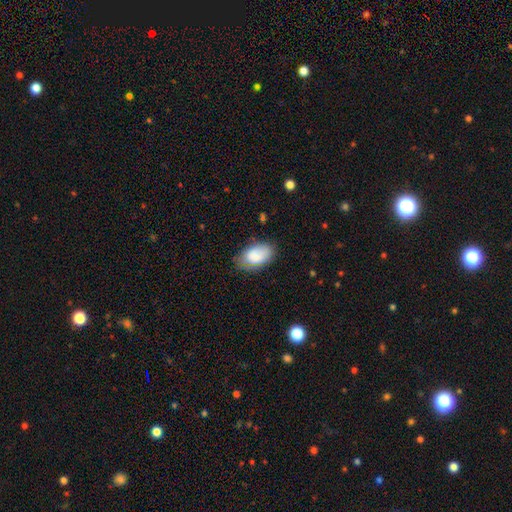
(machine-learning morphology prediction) Q: Smooth or featured?
A: smooth (82%); runner-up: featured or disk (11%)
Q: How rounded?
A: in between (92%); runner-up: round (6%)
Q: Merging?
A: none (67%); runner-up: minor disturbance (24%)